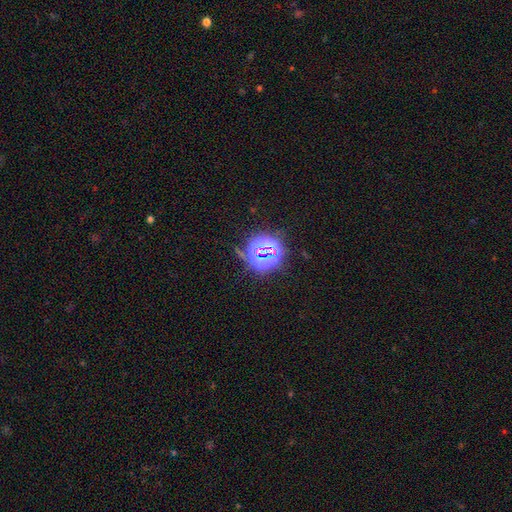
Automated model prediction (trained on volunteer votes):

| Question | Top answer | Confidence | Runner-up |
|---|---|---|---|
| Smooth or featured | star or artifact | 78% | smooth (15%) |